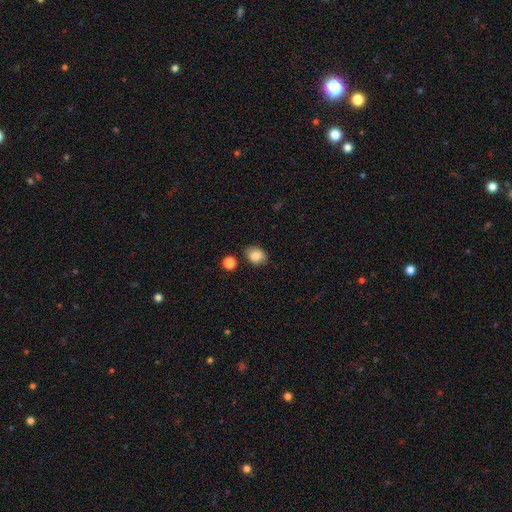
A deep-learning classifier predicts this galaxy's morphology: smooth 84%, star or artifact 9%, featured or disk 7%. Down the decision tree: how rounded — in between (56%); merging — none (75%).